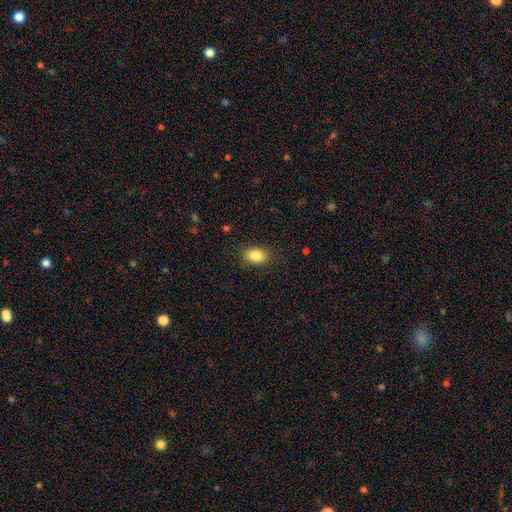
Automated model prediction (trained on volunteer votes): This is clearly a smooth galaxy (85%). How rounded: clearly in between (83%). Merging: clearly none (85%).